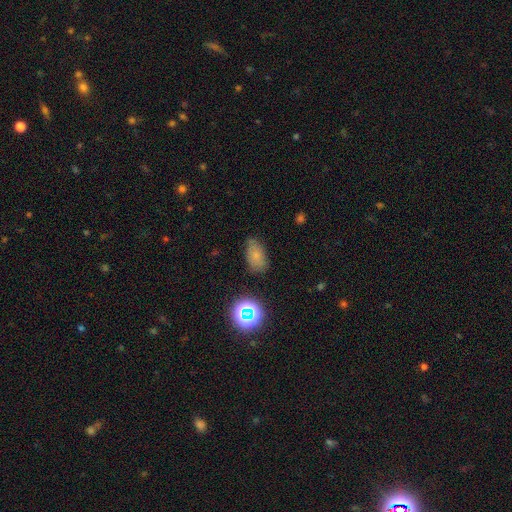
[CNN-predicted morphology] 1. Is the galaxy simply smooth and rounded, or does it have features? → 69% smooth, 17% star or artifact, 13% featured or disk.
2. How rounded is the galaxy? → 88% in between, 10% round, 2% cigar-shaped.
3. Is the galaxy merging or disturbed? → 67% none, 24% minor disturbance, 6% major disturbance, 2% merger.